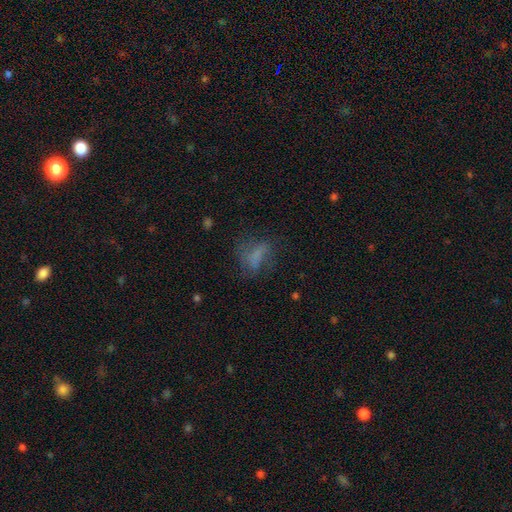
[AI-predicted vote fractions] Q: Smooth or featured?
A: smooth (54%); runner-up: featured or disk (29%)
Q: How rounded?
A: in between (70%); runner-up: round (18%)
Q: Merging?
A: none (45%); runner-up: major disturbance (29%)